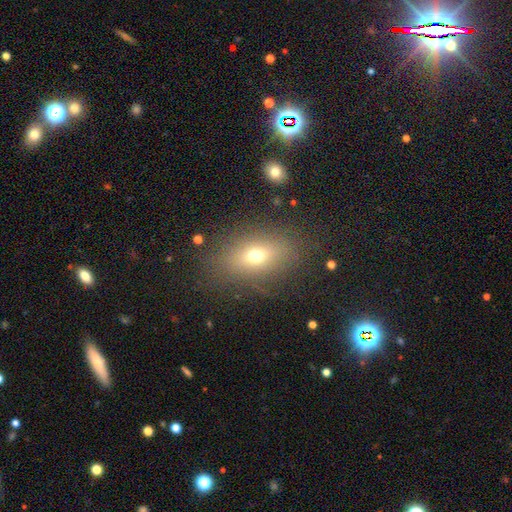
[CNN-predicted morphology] type=smooth (62%); roundness=in between (76%); merging=none (78%).